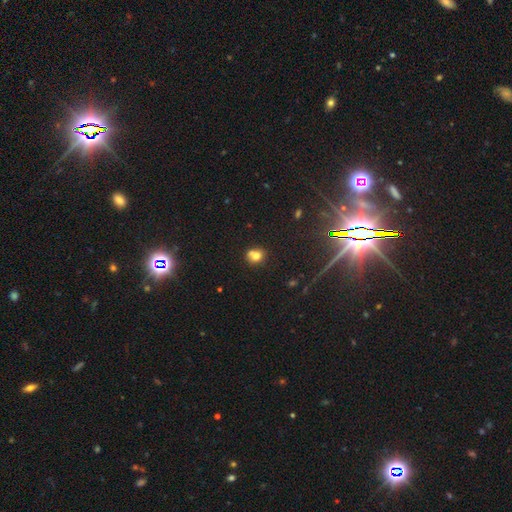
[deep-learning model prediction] Smooth or featured?
  - smooth: 71% *
  - featured or disk: 15%
  - star or artifact: 14%
How rounded?
  - round: 71% *
  - in between: 28%
  - cigar-shaped: 1%
Merging?
  - none: 47% *
  - merger: 36%
  - minor disturbance: 13%
  - major disturbance: 4%